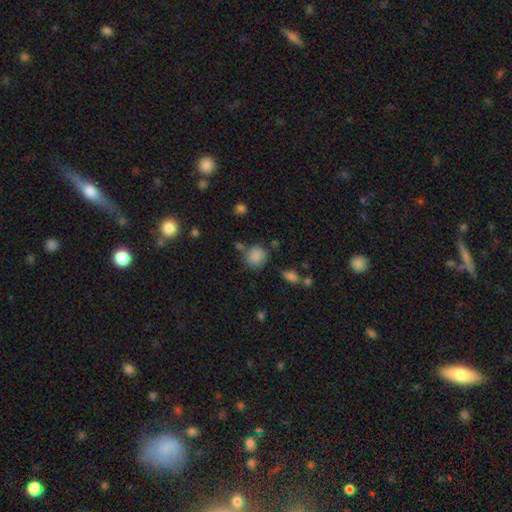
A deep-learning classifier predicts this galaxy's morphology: smooth-or-featured: smooth: 84% | star or artifact: 10% | featured or disk: 6%
  how-rounded: round: 85% | in between: 14% | cigar-shaped: 1%
  merging: none: 70% | minor disturbance: 17% | merger: 8% | major disturbance: 5%